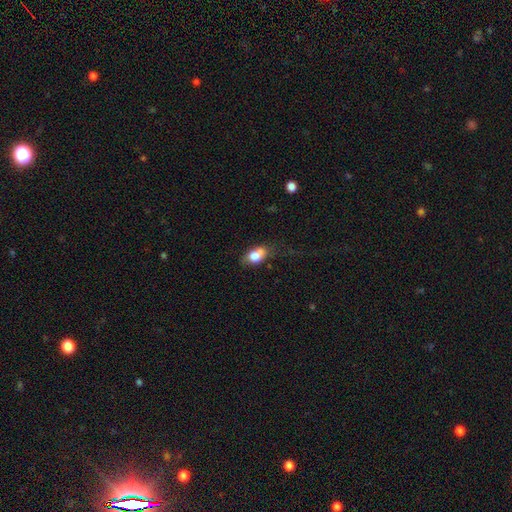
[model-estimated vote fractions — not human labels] Smooth or featured? Predicted: smooth (p=0.76). How rounded? Predicted: in between (p=0.79). Merging? Predicted: none (p=0.45).